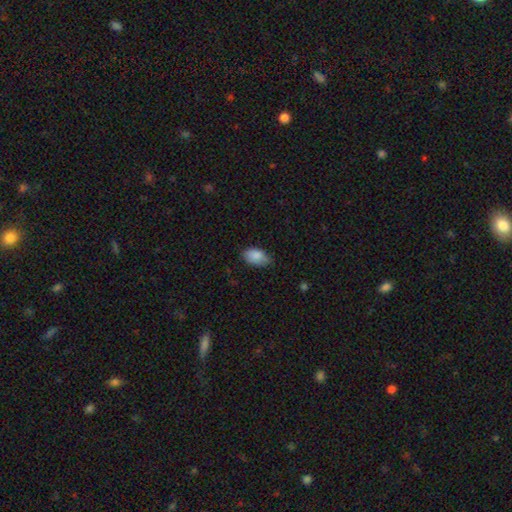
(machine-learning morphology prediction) A smooth galaxy with no disk features (88%) that is in between round and cigar-shaped (93%).

Vote fractions:
- Smooth or featured? smooth: 88% / star or artifact: 7% / featured or disk: 6%
- How rounded? in between: 93% / round: 5% / cigar-shaped: 2%
- Merging? none: 73% / minor disturbance: 22% / major disturbance: 3% / merger: 1%